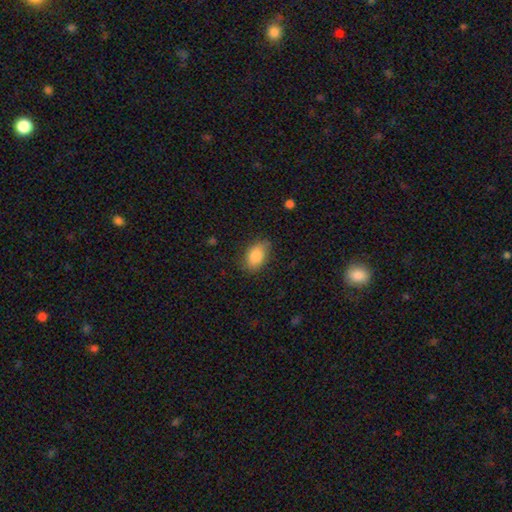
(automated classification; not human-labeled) Smooth or featured: smooth — 85% (featured or disk — 8%)
How rounded: in between — 88% (round — 11%)
Merging: none — 75% (minor disturbance — 19%)